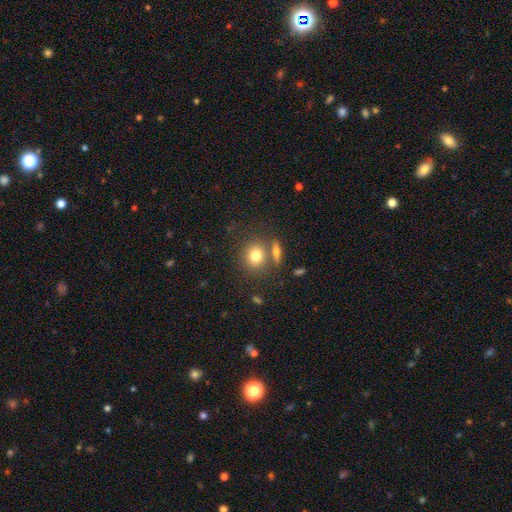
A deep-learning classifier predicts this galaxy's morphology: This is likely a smooth galaxy (78%). How rounded: likely round (71%). Merging: likely none (65%).